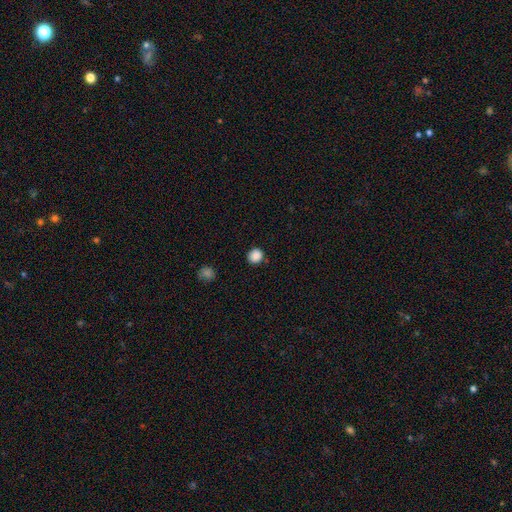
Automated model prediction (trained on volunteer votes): Overall: smooth (87%). How rounded: round (89%). Merging: none (89%).